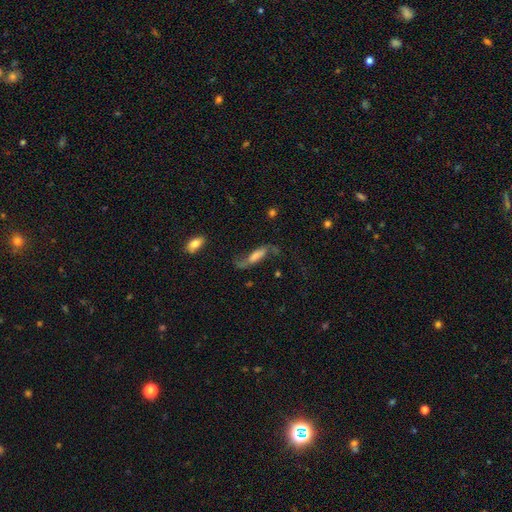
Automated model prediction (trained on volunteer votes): smooth-or-featured: featured or disk: 63% | smooth: 26% | star or artifact: 11%
  disk-edge-on: no: 72% | yes: 28%
  merging: none: 55% | major disturbance: 21% | minor disturbance: 20% | merger: 4%